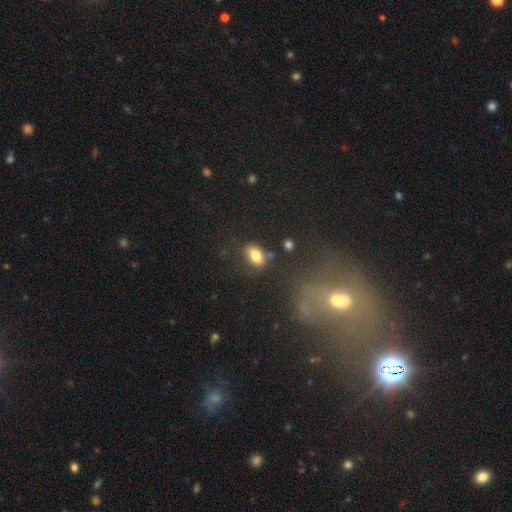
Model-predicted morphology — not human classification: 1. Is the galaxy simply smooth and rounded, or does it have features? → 82% smooth, 9% star or artifact, 8% featured or disk.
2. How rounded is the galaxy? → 84% in between, 14% round, 2% cigar-shaped.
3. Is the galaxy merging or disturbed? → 71% none, 16% minor disturbance, 8% merger, 5% major disturbance.